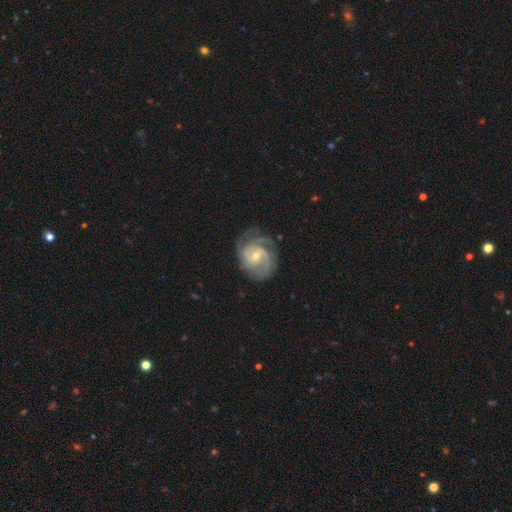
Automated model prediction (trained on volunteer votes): Smooth or featured? featured or disk (88%)
Edge-on disk? no (98%)
Bar? no (57%)
Spiral arms? yes (97%)
Spiral winding? tight (56%)
Spiral arm count? 2 (33%)
Bulge size? small (50%)
Merging? none (66%)